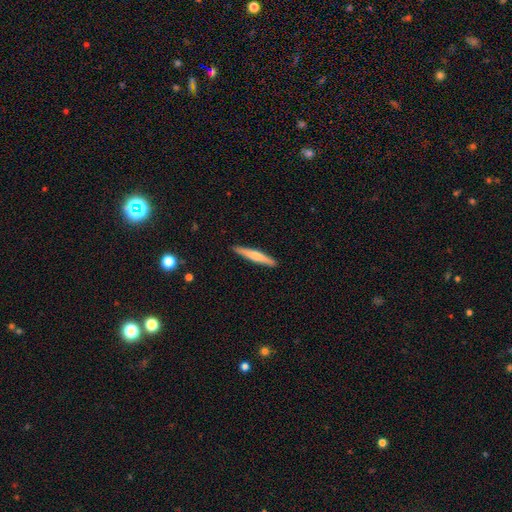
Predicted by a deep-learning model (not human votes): This is likely a smooth galaxy (61%). How rounded: clearly cigar-shaped (94%). Merging: clearly none (91%).